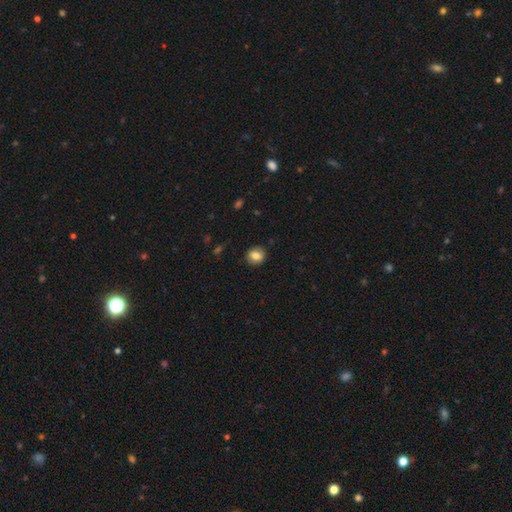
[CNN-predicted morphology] type=smooth (79%); roundness=round (81%); merging=none (89%).